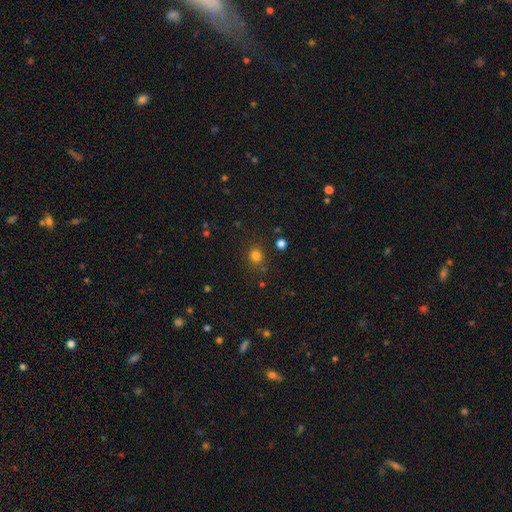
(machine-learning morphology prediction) Q: Smooth or featured?
A: smooth (80%); runner-up: star or artifact (16%)
Q: How rounded?
A: round (82%); runner-up: in between (17%)
Q: Merging?
A: none (83%); runner-up: minor disturbance (10%)